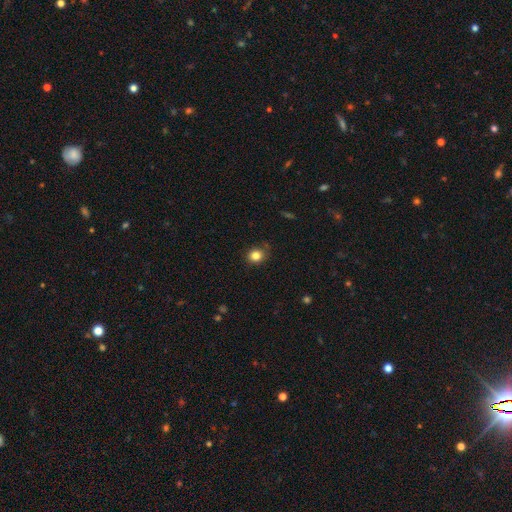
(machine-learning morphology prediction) smooth_or_featured: smooth (p=0.83) [alt: star or artifact p=0.11]
how_rounded: round (p=0.74) [alt: in between p=0.25]
merging: none (p=0.84) [alt: minor disturbance p=0.12]